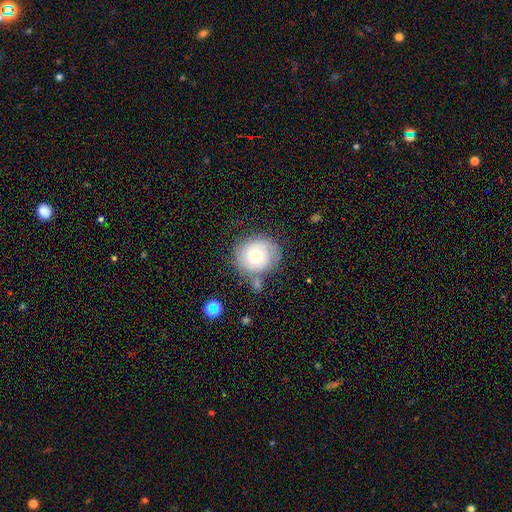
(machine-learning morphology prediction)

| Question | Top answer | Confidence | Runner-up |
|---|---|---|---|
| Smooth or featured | smooth | 54% | featured or disk (37%) |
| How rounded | round | 84% | in between (15%) |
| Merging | none | 63% | minor disturbance (20%) |